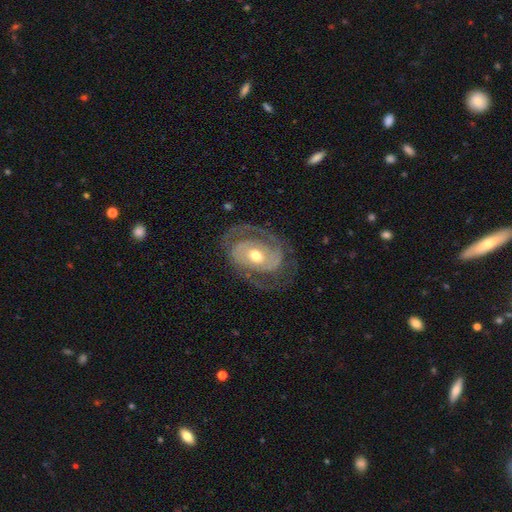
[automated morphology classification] Q: Smooth or featured?
A: featured or disk (86%); runner-up: smooth (10%)
Q: Edge-on disk?
A: no (96%); runner-up: yes (4%)
Q: Bar?
A: no (62%); runner-up: weak (27%)
Q: Spiral arms?
A: yes (90%); runner-up: no (10%)
Q: Spiral winding?
A: tight (50%); runner-up: medium (38%)
Q: Spiral arm count?
A: 2 (79%); runner-up: can't tell (10%)
Q: Bulge size?
A: moderate (69%); runner-up: small (24%)
Q: Merging?
A: none (73%); runner-up: minor disturbance (15%)